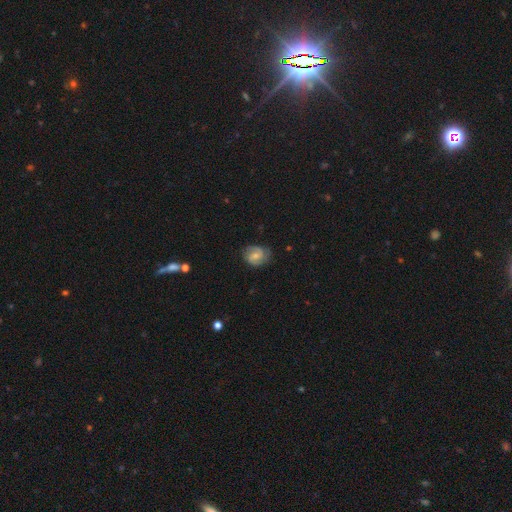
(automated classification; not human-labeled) smooth-or-featured: featured or disk: 61% | smooth: 32% | star or artifact: 7%
  disk-edge-on: no: 98% | yes: 2%
    bar: weak: 46% | no: 45% | strong: 9%
    has-spiral-arms: yes: 91% | no: 9%
      spiral-winding: medium: 44% | tight: 39% | loose: 17%
      spiral-arm-count: 2: 73% | can't tell: 14% | 3: 6% | 1: 4% | 4: 2% | more than 4: 1%
    bulge-size: small: 49% | moderate: 39% | none: 8% | large: 3% | dominant: 1%
  merging: none: 71% | minor disturbance: 22% | major disturbance: 6% | merger: 1%